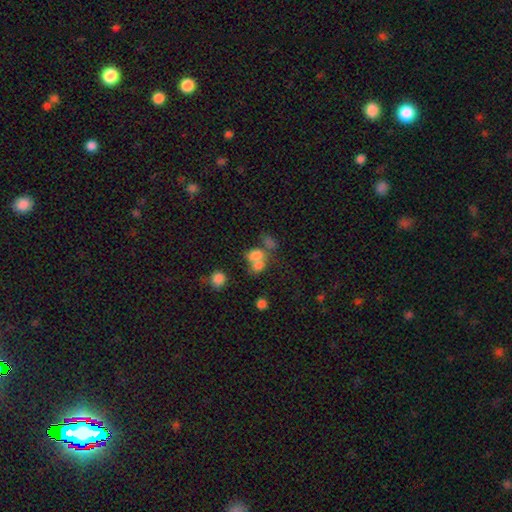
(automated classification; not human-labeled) Q: Smooth or featured?
A: smooth (69%); runner-up: featured or disk (16%)
Q: How rounded?
A: in between (64%); runner-up: round (34%)
Q: Merging?
A: merger (56%); runner-up: none (26%)